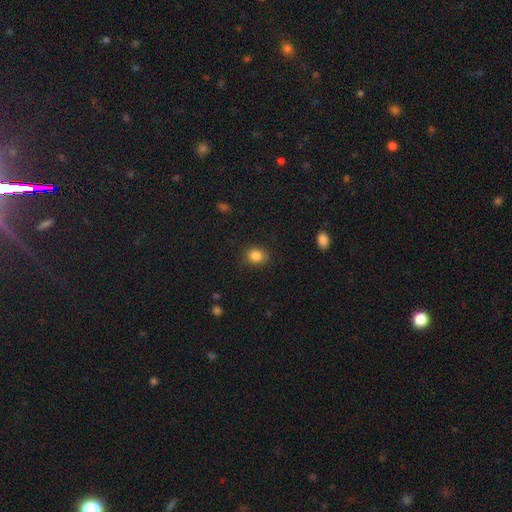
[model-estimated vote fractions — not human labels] Smooth or featured?
  - smooth: 84% *
  - star or artifact: 10%
  - featured or disk: 6%
How rounded?
  - round: 61% *
  - in between: 38%
  - cigar-shaped: 1%
Merging?
  - none: 83% *
  - minor disturbance: 13%
  - major disturbance: 3%
  - merger: 1%